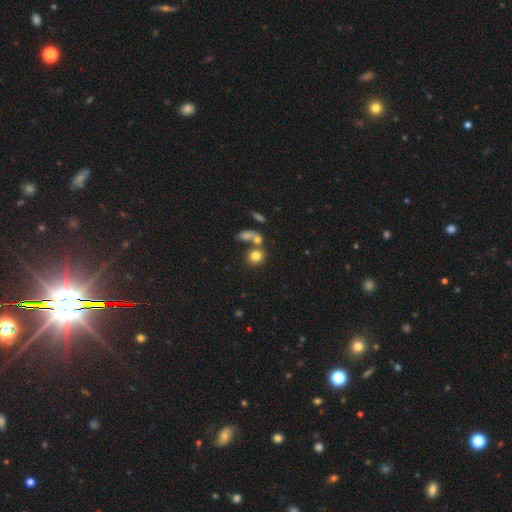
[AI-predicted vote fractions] A smooth galaxy with no disk features (78%) that is round (76%). Merging: none (53%).